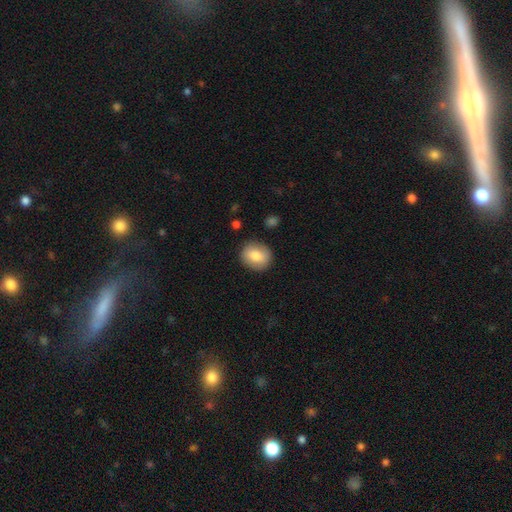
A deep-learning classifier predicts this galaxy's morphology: This appears to be a smooth galaxy with no disk features (81%) that is round (68%). Merging: none (87%).